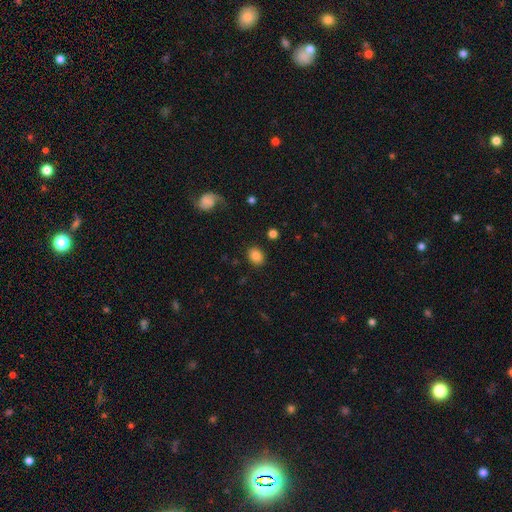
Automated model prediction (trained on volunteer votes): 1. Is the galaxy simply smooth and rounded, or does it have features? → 85% smooth, 10% star or artifact, 6% featured or disk.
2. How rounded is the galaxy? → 50% in between, 49% round, 1% cigar-shaped.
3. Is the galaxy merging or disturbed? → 87% none, 8% minor disturbance, 3% major disturbance, 2% merger.